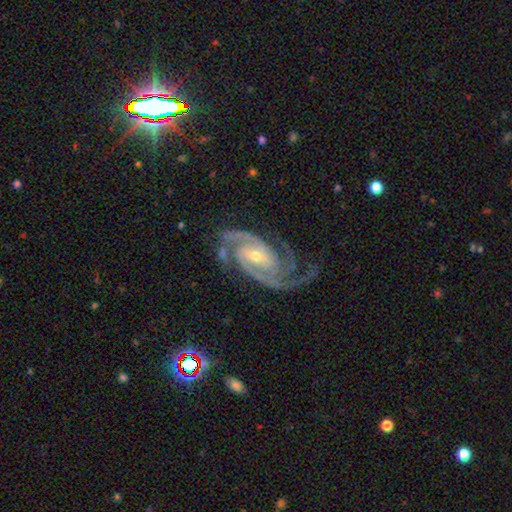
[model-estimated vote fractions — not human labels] A featured or disk galaxy (93%) with no bar (43%), 2 (51%) tight (49%) spiral arms (99%) and a small central bulge (58%).

Vote fractions:
- Smooth or featured? featured or disk: 93% / star or artifact: 5% / smooth: 2%
- Edge-on disk? no: 97% / yes: 3%
- Bar? no: 43% / weak: 35% / strong: 22%
- Spiral arms? yes: 99% / no: 1%
- Spiral winding? tight: 49% / medium: 44% / loose: 7%
- Spiral arm count? 2: 51% / 3: 31% / 4: 6% / can't tell: 5% / 1: 3% / more than 4: 3%
- Bulge size? small: 58% / moderate: 39% / large: 1% / none: 1% / dominant: 1%
- Merging? none: 70% / minor disturbance: 18% / major disturbance: 9% / merger: 2%